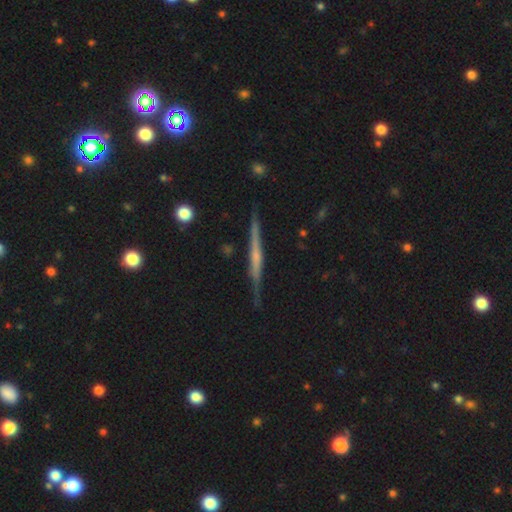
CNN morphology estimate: Smooth or featured? featured or disk (71%)
Edge-on disk? yes (97%)
Edge-on bulge? none (47%)
Merging? none (86%)